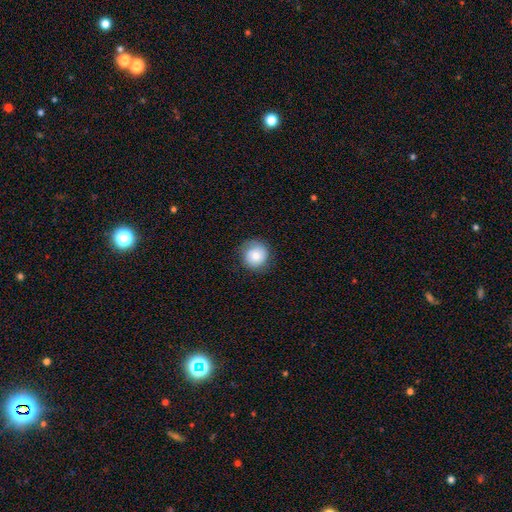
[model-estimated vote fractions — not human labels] Q: Smooth or featured?
A: smooth (77%); runner-up: featured or disk (15%)
Q: How rounded?
A: round (92%); runner-up: in between (7%)
Q: Merging?
A: none (80%); runner-up: minor disturbance (14%)